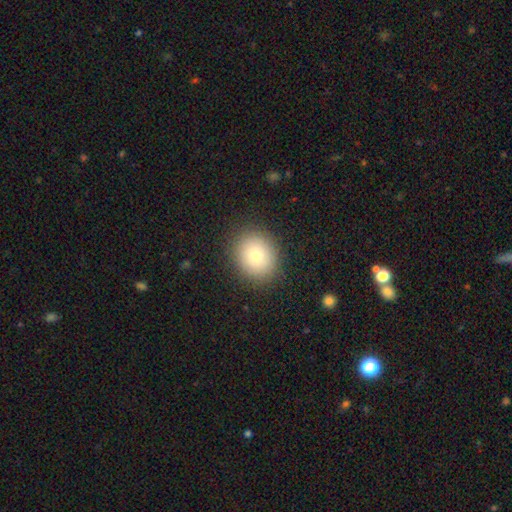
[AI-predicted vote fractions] The model was most divided on "how rounded": round: 75%, in between: 24%, cigar-shaped: 1%. More confident: merging — none (89%); smooth or featured — smooth (78%).